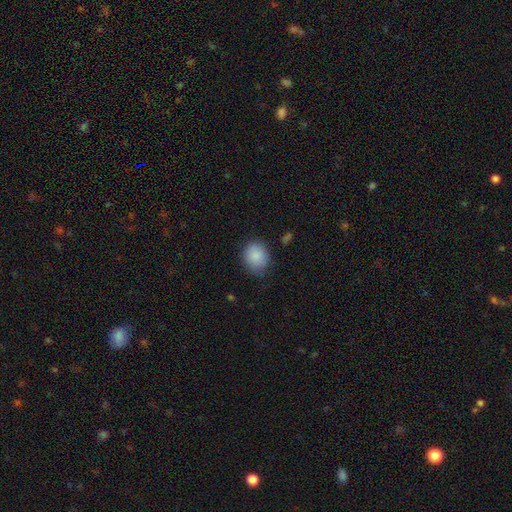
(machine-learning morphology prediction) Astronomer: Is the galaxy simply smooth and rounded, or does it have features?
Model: smooth — 88%.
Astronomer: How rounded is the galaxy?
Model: round — 69%.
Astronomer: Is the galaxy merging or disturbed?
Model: none — 76%.